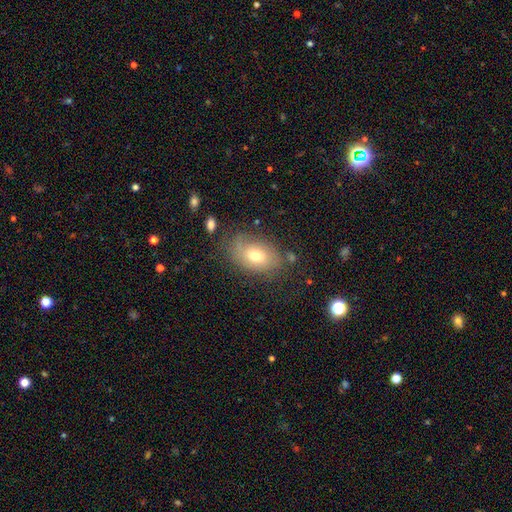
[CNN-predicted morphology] This is likely a smooth galaxy (65%). How rounded: clearly in between (84%). Merging: likely none (66%).